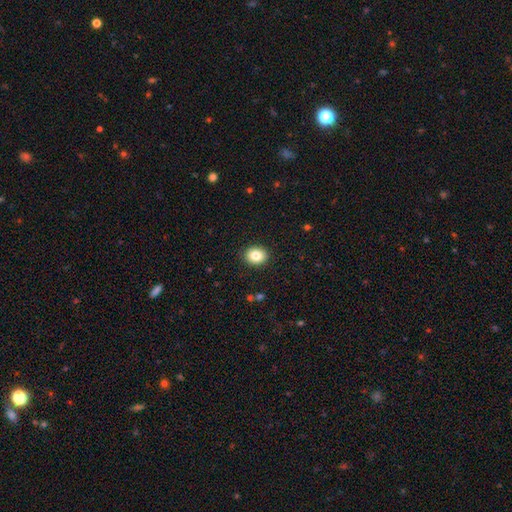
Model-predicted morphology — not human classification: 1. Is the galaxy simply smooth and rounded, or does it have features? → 83% smooth, 9% star or artifact, 7% featured or disk.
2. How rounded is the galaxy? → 59% round, 40% in between, 1% cigar-shaped.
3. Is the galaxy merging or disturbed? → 91% none, 7% minor disturbance, 2% major disturbance, 1% merger.